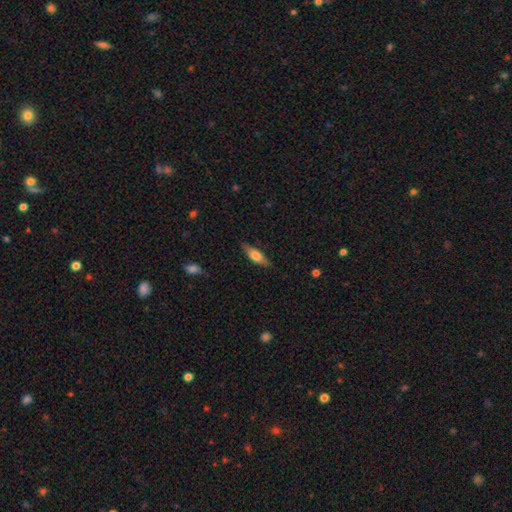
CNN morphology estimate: smooth 52%, featured or disk 41%, star or artifact 6%. Down the decision tree: how rounded — in between (49%); merging — none (84%).